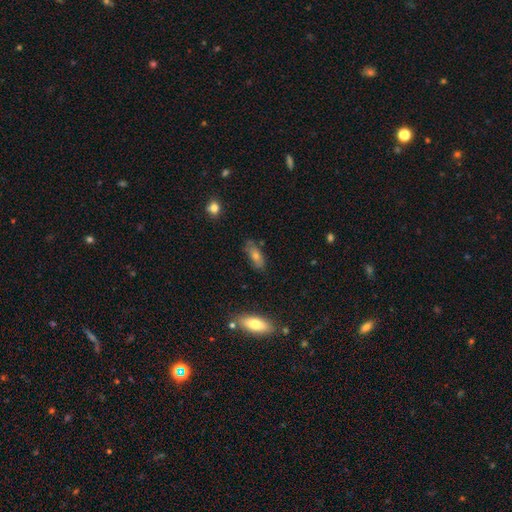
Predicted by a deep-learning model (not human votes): Smooth or featured?
  - smooth: 57% *
  - featured or disk: 30%
  - star or artifact: 12%
How rounded?
  - in between: 73% *
  - cigar-shaped: 23%
  - round: 4%
Merging?
  - none: 74% *
  - minor disturbance: 19%
  - major disturbance: 5%
  - merger: 3%